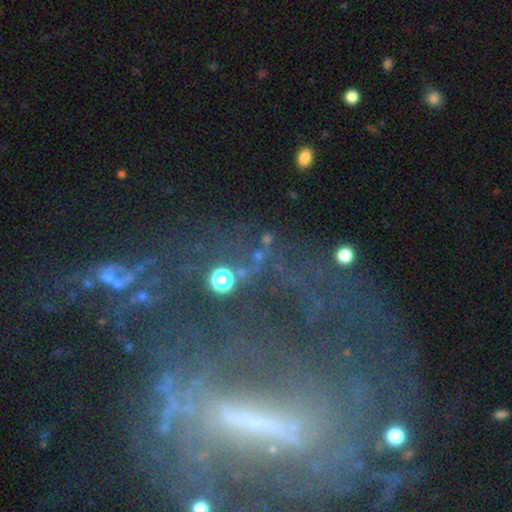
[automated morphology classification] A star or artifact, not a galaxy (47%).